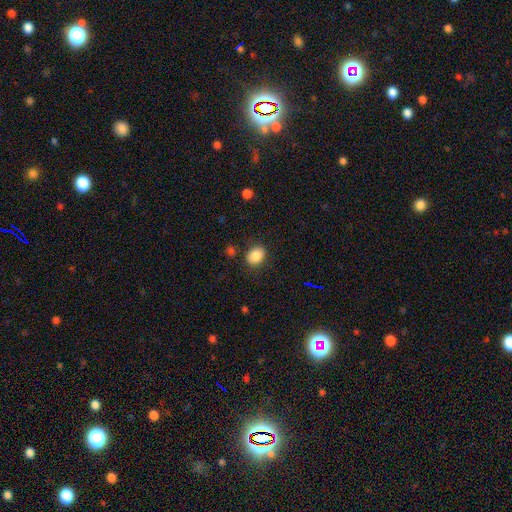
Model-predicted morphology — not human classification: smooth_or_featured: smooth (p=0.86) [alt: star or artifact p=0.09]
how_rounded: in between (p=0.57) [alt: round p=0.43]
merging: none (p=0.83) [alt: minor disturbance p=0.11]